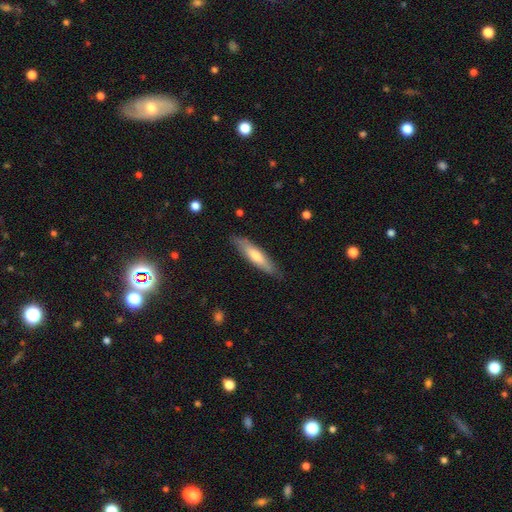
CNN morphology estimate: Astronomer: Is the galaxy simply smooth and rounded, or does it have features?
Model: smooth — 58% (runner-up: featured or disk, 36%).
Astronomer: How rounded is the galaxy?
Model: cigar-shaped — 79%.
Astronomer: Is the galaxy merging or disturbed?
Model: none — 84%.